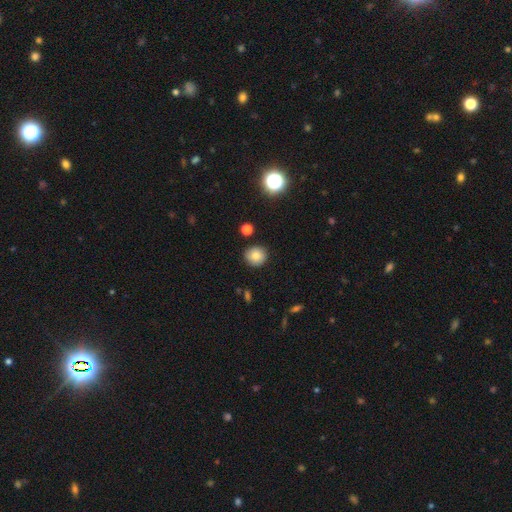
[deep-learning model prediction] This is likely a smooth galaxy (78%). How rounded: clearly round (91%). Merging: clearly none (86%).